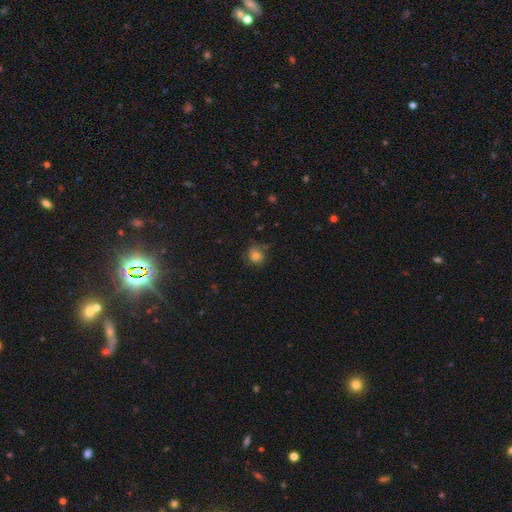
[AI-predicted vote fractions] Smooth or featured?
  - smooth: 77% *
  - star or artifact: 12%
  - featured or disk: 10%
How rounded?
  - round: 85% *
  - in between: 14%
  - cigar-shaped: 1%
Merging?
  - none: 71% *
  - minor disturbance: 21%
  - major disturbance: 6%
  - merger: 2%